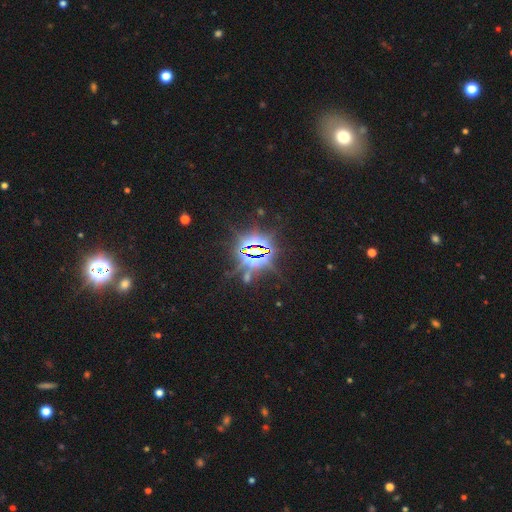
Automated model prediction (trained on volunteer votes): Q: Smooth or featured?
A: star or artifact (83%); runner-up: smooth (10%)